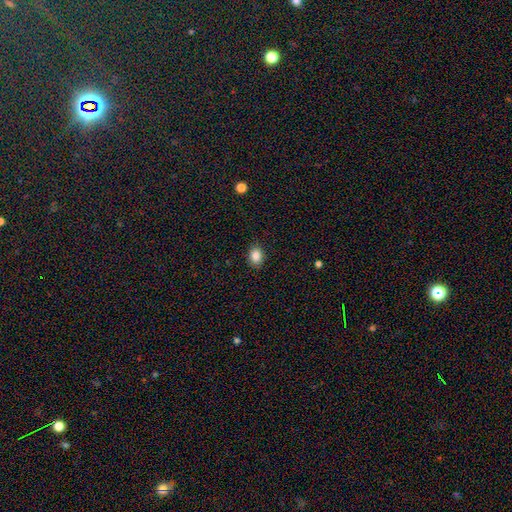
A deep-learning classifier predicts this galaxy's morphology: Smooth or featured? smooth (86%)
How rounded? in between (56%)
Merging? none (88%)